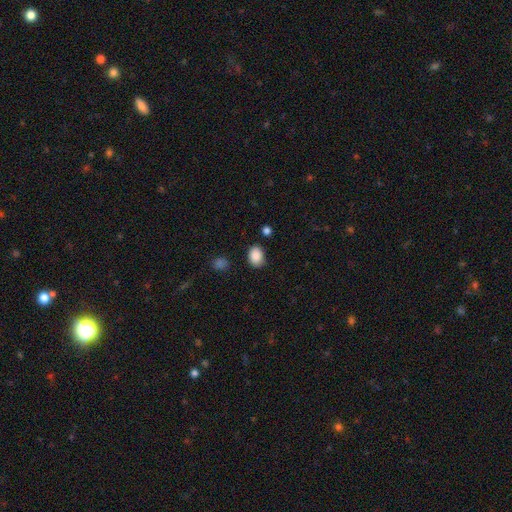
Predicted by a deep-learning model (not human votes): A smooth galaxy with no disk features (88%) that is in between round and cigar-shaped (68%).

Vote fractions:
- Smooth or featured? smooth: 88% / star or artifact: 8% / featured or disk: 3%
- How rounded? in between: 68% / round: 31% / cigar-shaped: 1%
- Merging? none: 81% / minor disturbance: 13% / major disturbance: 3% / merger: 3%